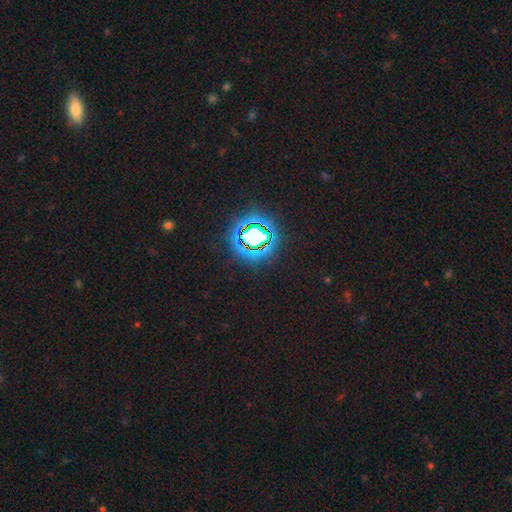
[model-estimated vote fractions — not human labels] The model was most divided on "smooth or featured": star or artifact: 83%, smooth: 11%, featured or disk: 6%.